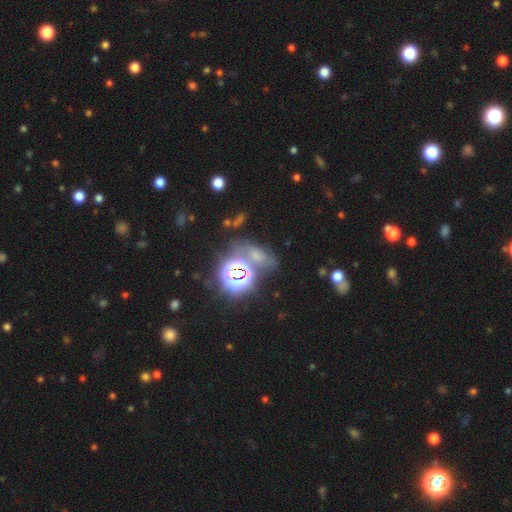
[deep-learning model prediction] Overall: star or artifact (52%; smooth 33%).